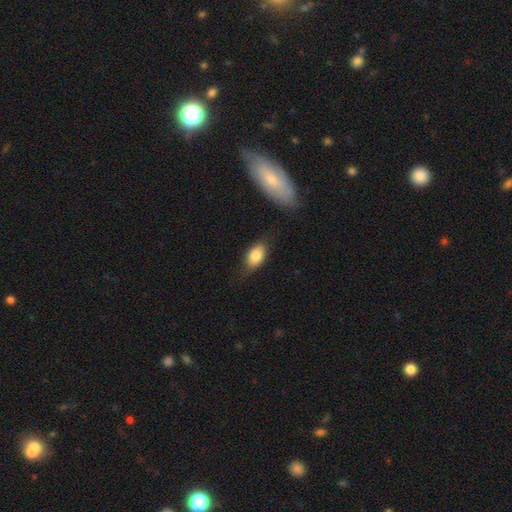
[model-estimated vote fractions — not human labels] Smooth or featured: smooth — 82% (featured or disk — 11%)
How rounded: in between — 89% (round — 8%)
Merging: none — 69% (minor disturbance — 23%)